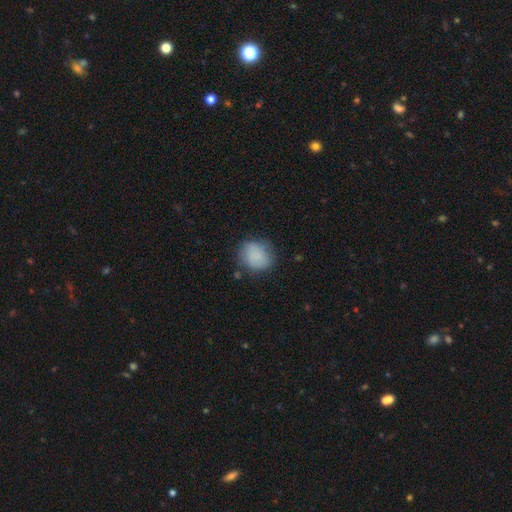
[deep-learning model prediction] smooth-or-featured: smooth: 85% | star or artifact: 8% | featured or disk: 7%
  how-rounded: round: 69% | in between: 30% | cigar-shaped: 1%
  merging: none: 73% | minor disturbance: 19% | major disturbance: 5% | merger: 2%